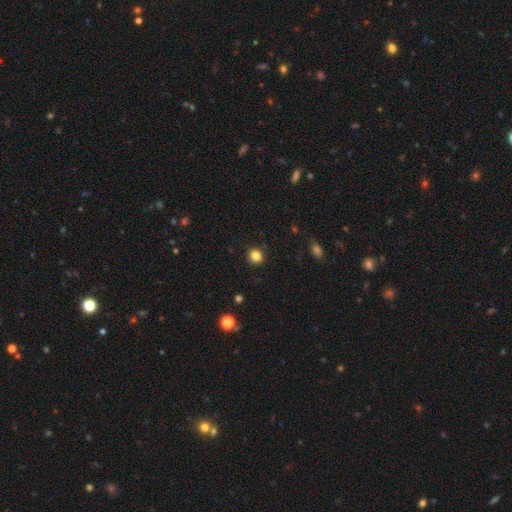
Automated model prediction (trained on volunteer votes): This is clearly a smooth galaxy (84%). How rounded: clearly round (87%). Merging: clearly none (89%).